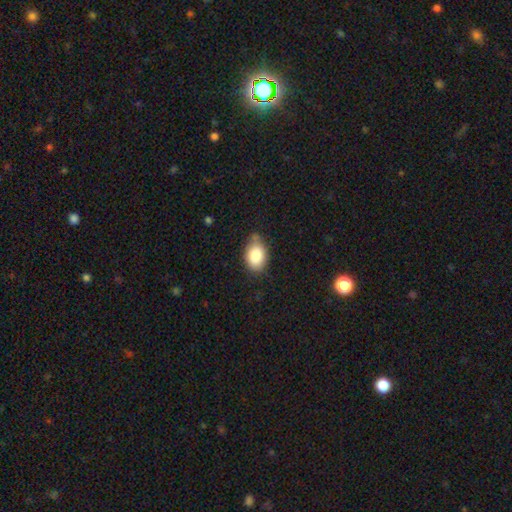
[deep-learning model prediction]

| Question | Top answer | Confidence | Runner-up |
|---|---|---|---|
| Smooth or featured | smooth | 86% | star or artifact (7%) |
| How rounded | in between | 85% | round (14%) |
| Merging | none | 65% | minor disturbance (27%) |